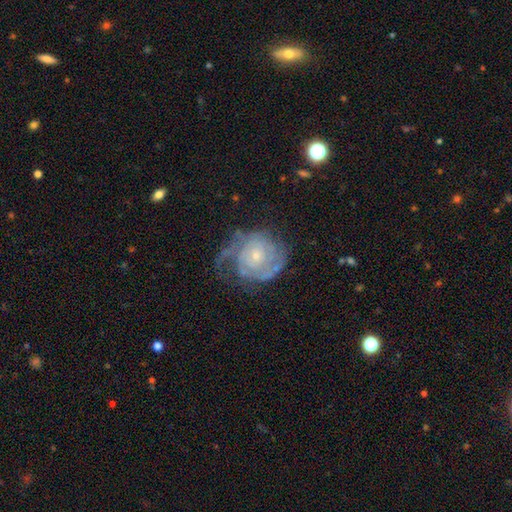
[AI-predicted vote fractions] This is clearly a featured or disk galaxy (83%). It is clearly not viewed edge-on (98%). Bar: likely no (73%). Spiral arm pattern: clearly yes (93%). Spiral arm count: marginally 2 (40%). Spiral winding: likely tight (63%). Central bulge: likely small (67%). Merging: possibly none (58%).